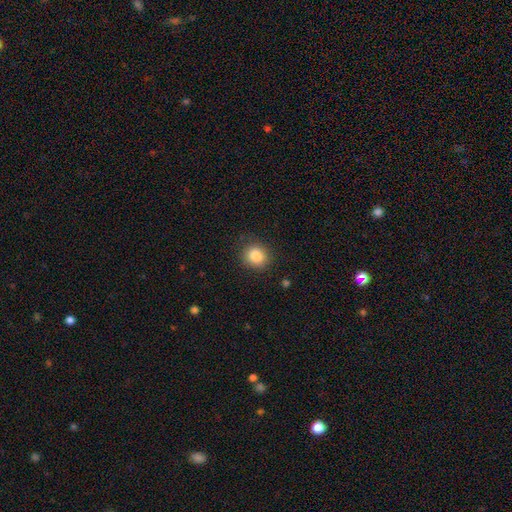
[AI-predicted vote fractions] This is clearly a smooth galaxy (86%). How rounded: likely round (79%). Merging: clearly none (86%).